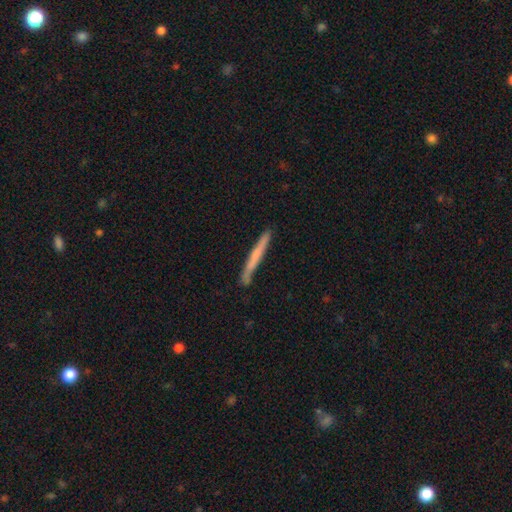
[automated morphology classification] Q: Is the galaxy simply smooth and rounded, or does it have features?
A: smooth — 57%.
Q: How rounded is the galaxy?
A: cigar-shaped — 97%.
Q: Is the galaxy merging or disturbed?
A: none — 86%.